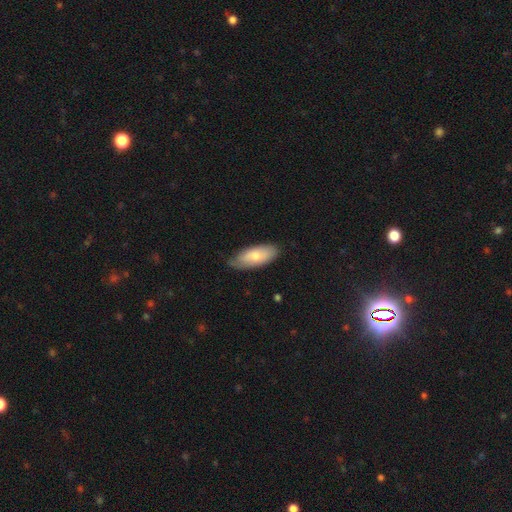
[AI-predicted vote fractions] smooth 66%, featured or disk 28%, star or artifact 6%. Down the decision tree: how rounded — in between (84%); merging — none (68%).